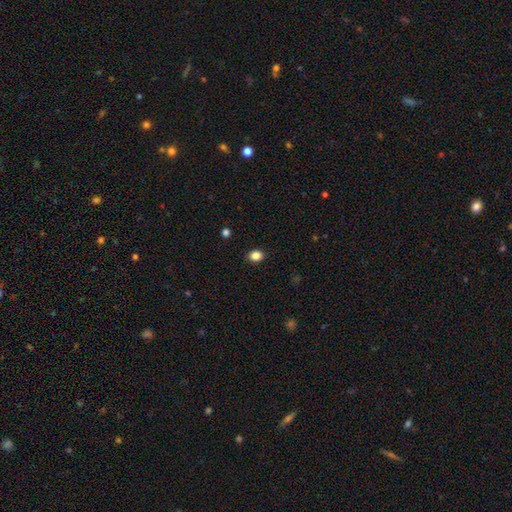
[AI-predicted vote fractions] A smooth galaxy with no disk features (86%) that is round (52%).

Vote fractions:
- Smooth or featured? smooth: 86% / star or artifact: 11% / featured or disk: 4%
- How rounded? round: 52% / in between: 47% / cigar-shaped: 1%
- Merging? none: 90% / minor disturbance: 7% / major disturbance: 2% / merger: 1%